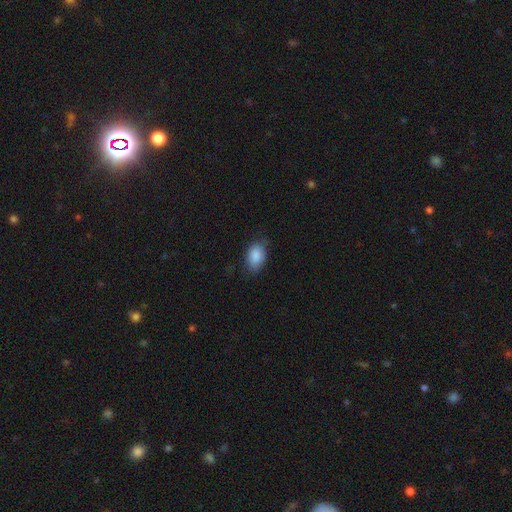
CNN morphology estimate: Smooth or featured: smooth — 88% (star or artifact — 7%)
How rounded: in between — 86% (round — 13%)
Merging: none — 72% (minor disturbance — 22%)